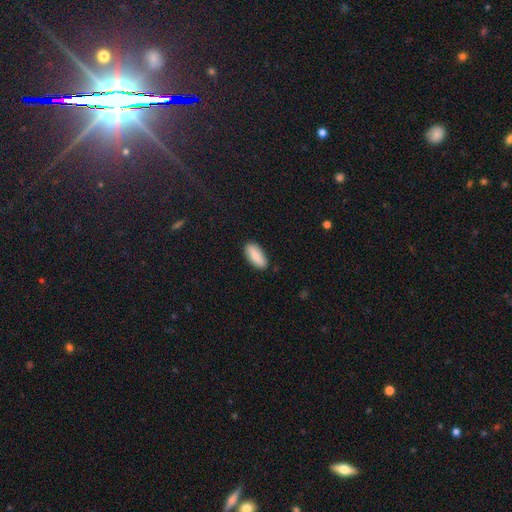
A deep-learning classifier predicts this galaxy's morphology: Smooth or featured? Predicted: smooth (p=0.85). How rounded? Predicted: in between (p=0.77). Merging? Predicted: none (p=0.86).